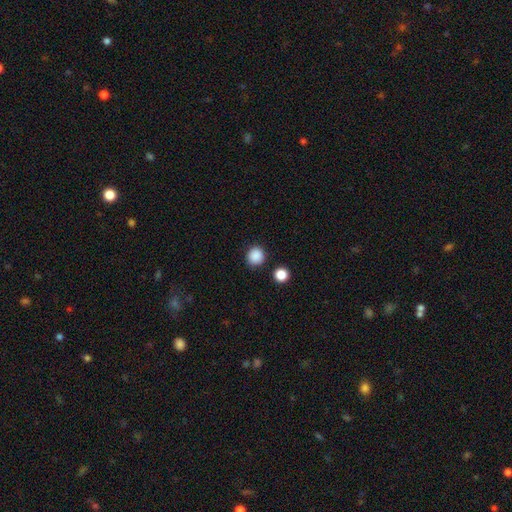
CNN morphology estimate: Overall: smooth (87%). How rounded: round (91%). Merging: none (88%).